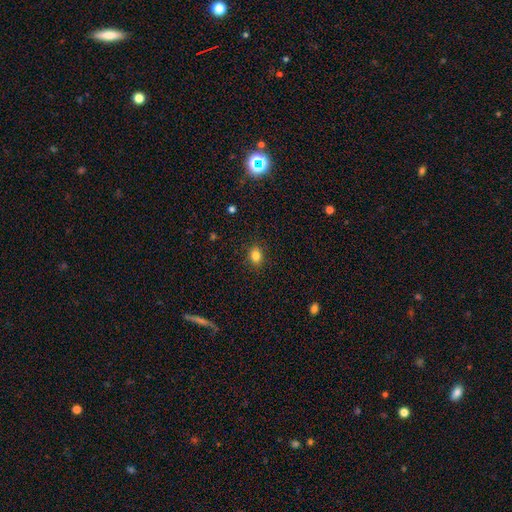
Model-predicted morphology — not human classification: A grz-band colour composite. It shows a smooth galaxy with no disk features (84%) that is in between round and cigar-shaped (55%). Merging: none (89%).